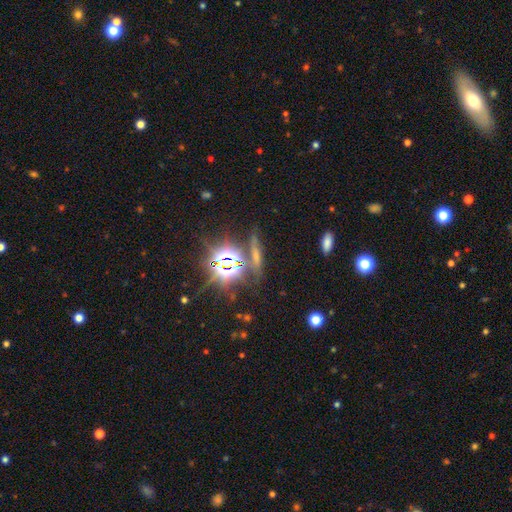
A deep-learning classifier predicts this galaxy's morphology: A star or artifact, not a galaxy (48%).